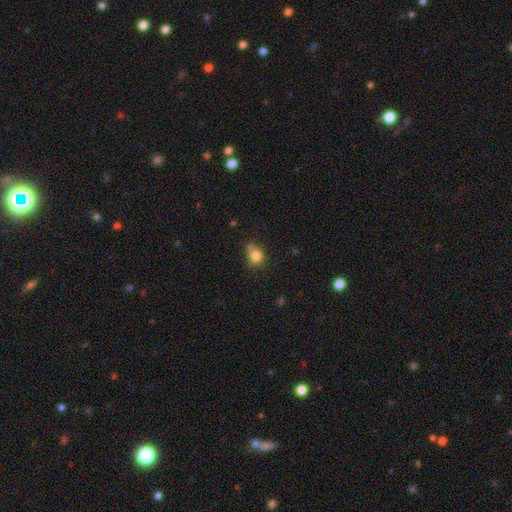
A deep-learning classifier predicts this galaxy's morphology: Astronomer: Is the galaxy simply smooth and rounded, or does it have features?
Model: smooth — 79%.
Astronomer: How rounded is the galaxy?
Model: round — 71%.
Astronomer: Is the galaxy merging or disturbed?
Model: none — 50% (runner-up: minor disturbance, 26%).